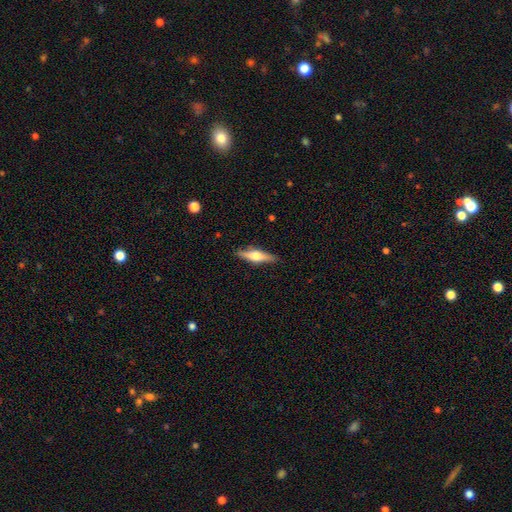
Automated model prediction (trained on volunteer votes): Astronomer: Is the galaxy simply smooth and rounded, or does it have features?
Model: featured or disk — 57% (runner-up: smooth, 37%).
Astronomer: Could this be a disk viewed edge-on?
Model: yes — 95%.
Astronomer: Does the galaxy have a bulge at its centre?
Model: rounded — 93%.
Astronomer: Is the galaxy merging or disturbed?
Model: none — 88%.